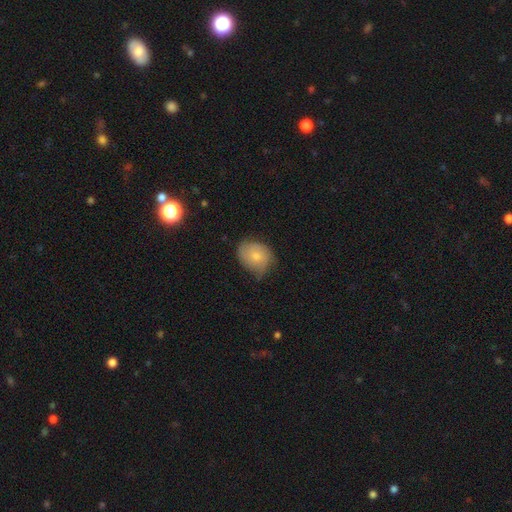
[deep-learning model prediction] Smooth or featured? smooth (68%)
How rounded? round (50%)
Merging? none (53%)